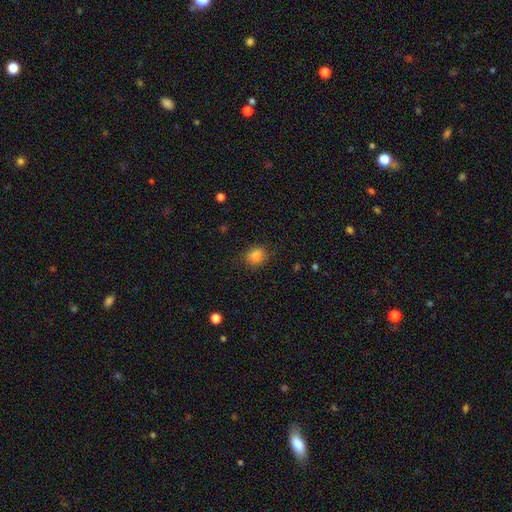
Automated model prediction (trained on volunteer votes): The model was most divided on "how rounded": round: 63%, in between: 36%, cigar-shaped: 1%. More confident: smooth or featured — smooth (84%); merging — none (83%).